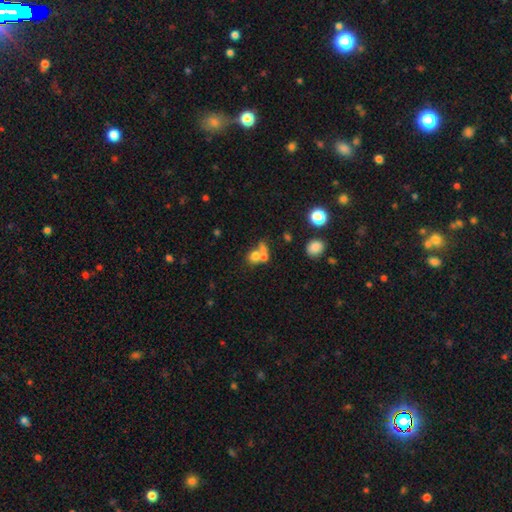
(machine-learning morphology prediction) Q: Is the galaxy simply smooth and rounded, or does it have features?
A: smooth — 65%.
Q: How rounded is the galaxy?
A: round — 70%.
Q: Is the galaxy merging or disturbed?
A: merger — 61%.